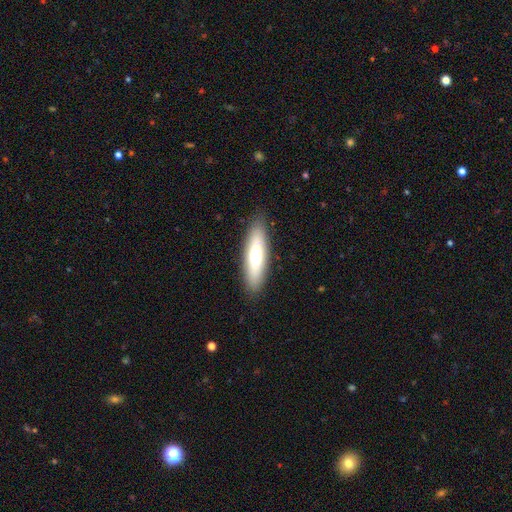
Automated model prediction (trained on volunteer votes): Smooth or featured? smooth (66%)
How rounded? cigar-shaped (62%)
Merging? none (88%)